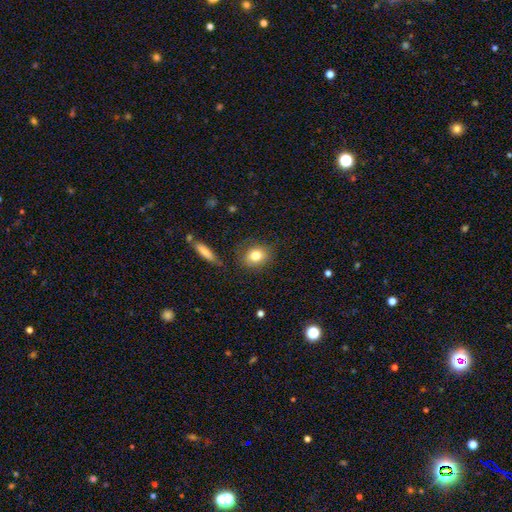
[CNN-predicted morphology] Overall: smooth (80%). How rounded: round (54%; in between 44%). Merging: none (82%).